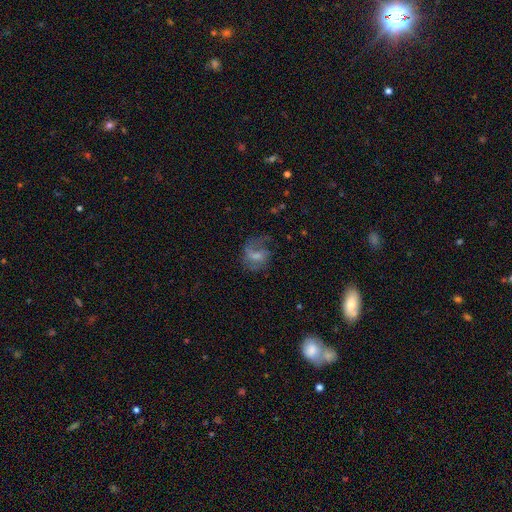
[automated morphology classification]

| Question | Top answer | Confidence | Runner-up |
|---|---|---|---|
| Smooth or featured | featured or disk | 55% | smooth (36%) |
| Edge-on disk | no | 97% | yes (3%) |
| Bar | weak | 45% | no (44%) |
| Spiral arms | yes | 73% | no (27%) |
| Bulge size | moderate | 40% | small (34%) |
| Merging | none | 41% | major disturbance (35%) |